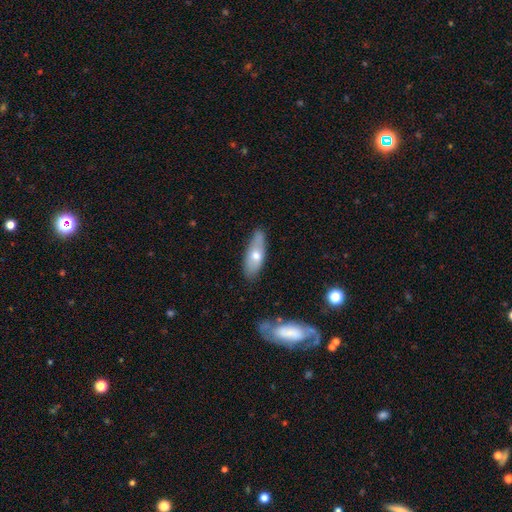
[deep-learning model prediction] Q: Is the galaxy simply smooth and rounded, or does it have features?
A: smooth — 61%.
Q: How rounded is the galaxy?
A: in between — 66%.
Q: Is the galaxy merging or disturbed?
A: none — 72%.